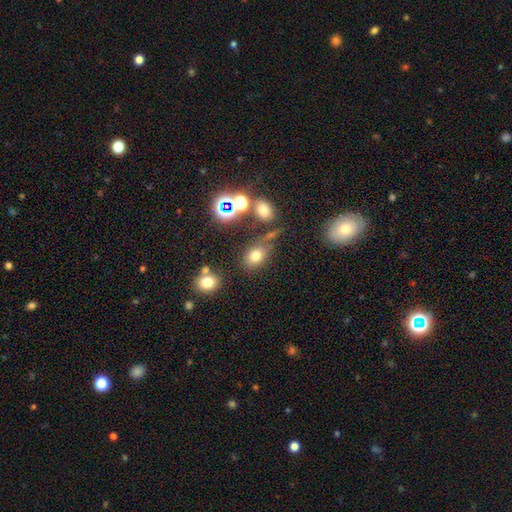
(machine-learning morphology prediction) type=smooth (70%); roundness=in between (65%); merging=none (61%).